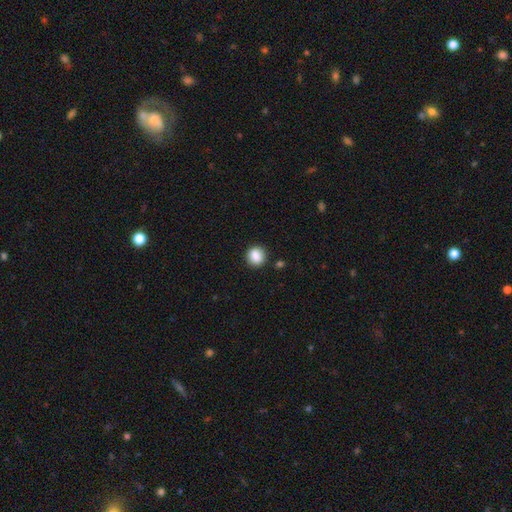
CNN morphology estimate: type=smooth (87%); roundness=round (81%); merging=none (87%).